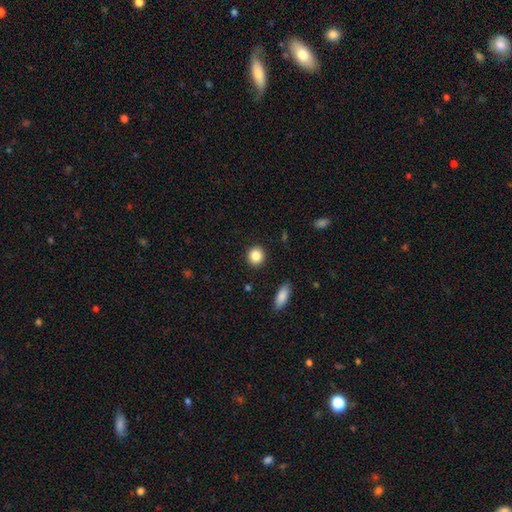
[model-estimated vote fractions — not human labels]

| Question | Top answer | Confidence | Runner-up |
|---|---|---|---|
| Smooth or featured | smooth | 86% | star or artifact (9%) |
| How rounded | round | 86% | in between (13%) |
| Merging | none | 91% | minor disturbance (6%) |